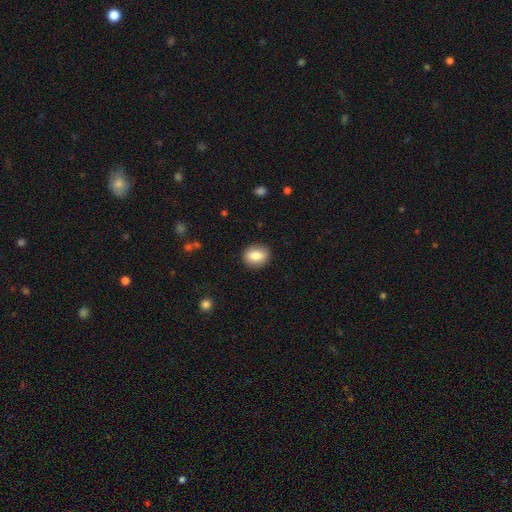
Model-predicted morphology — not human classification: Smooth or featured?
  - smooth: 81% *
  - featured or disk: 11%
  - star or artifact: 8%
How rounded?
  - round: 51% *
  - in between: 48%
  - cigar-shaped: 1%
Merging?
  - none: 89% *
  - minor disturbance: 8%
  - major disturbance: 2%
  - merger: 1%